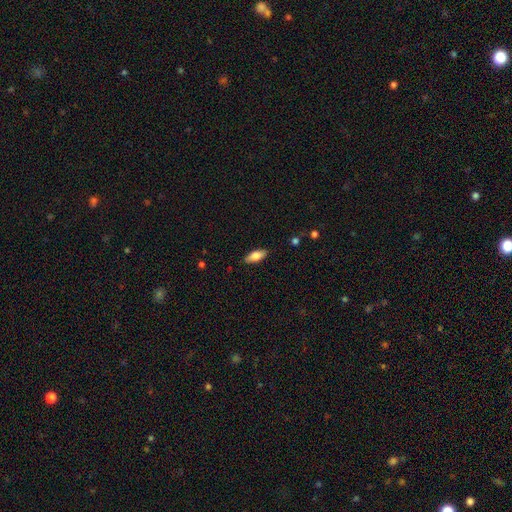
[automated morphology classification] A smooth galaxy with no disk features (78%) that is in between round and cigar-shaped (81%).

Vote fractions:
- Smooth or featured? smooth: 78% / featured or disk: 15% / star or artifact: 6%
- How rounded? in between: 81% / cigar-shaped: 17% / round: 2%
- Merging? none: 86% / minor disturbance: 10% / major disturbance: 2% / merger: 1%